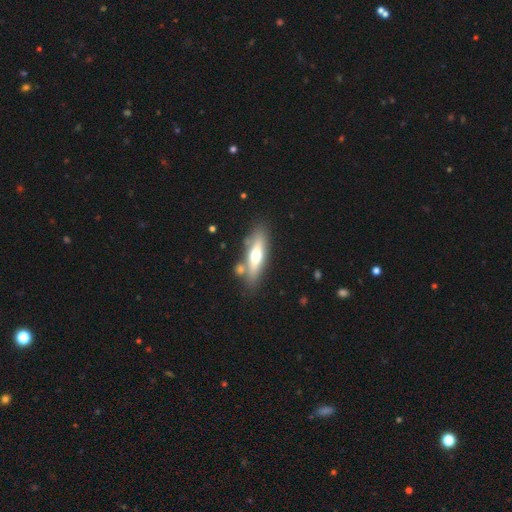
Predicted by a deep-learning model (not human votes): A featured or disk galaxy (49%).

Vote fractions:
- Smooth or featured? featured or disk: 49% / smooth: 45% / star or artifact: 6%
- Merging? none: 76% / minor disturbance: 12% / merger: 9% / major disturbance: 3%